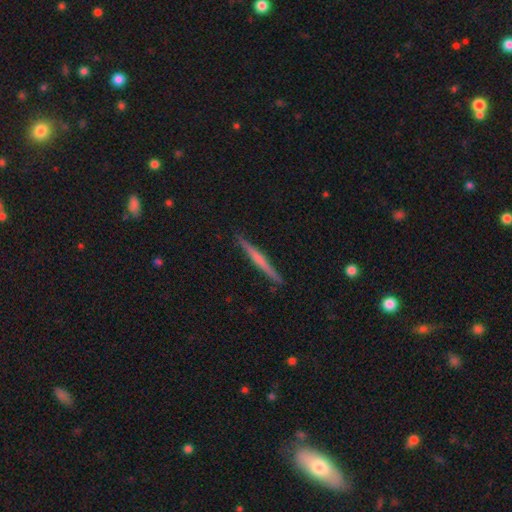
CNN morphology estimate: type=featured or disk (57%); edge-on=yes (98%); edge-on bulge=none (59%); merging=none (91%).